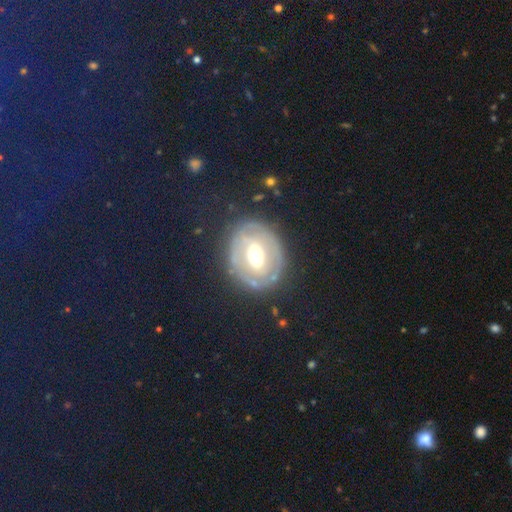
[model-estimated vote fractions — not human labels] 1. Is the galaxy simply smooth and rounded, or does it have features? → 69% featured or disk, 21% smooth, 10% star or artifact.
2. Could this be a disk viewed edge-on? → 92% no, 8% yes.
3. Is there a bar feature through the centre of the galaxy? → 43% weak, 30% strong, 27% no.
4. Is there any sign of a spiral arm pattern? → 51% no, 49% yes.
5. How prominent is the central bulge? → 67% moderate, 19% large, 11% small, 2% dominant, 1% none.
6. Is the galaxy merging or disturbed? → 75% none, 16% minor disturbance, 7% major disturbance, 2% merger.